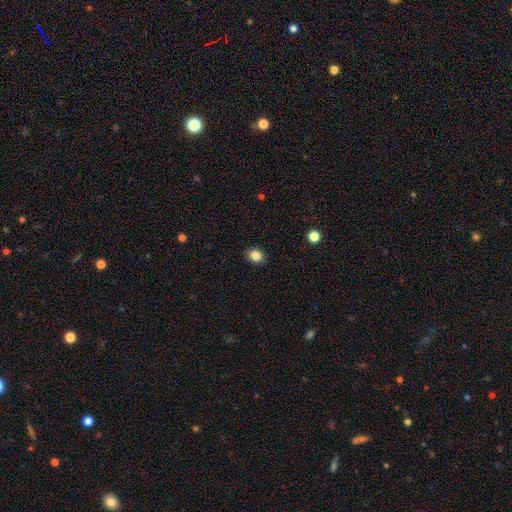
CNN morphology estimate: Overall: smooth (85%). How rounded: round (56%; in between 43%). Merging: none (90%).